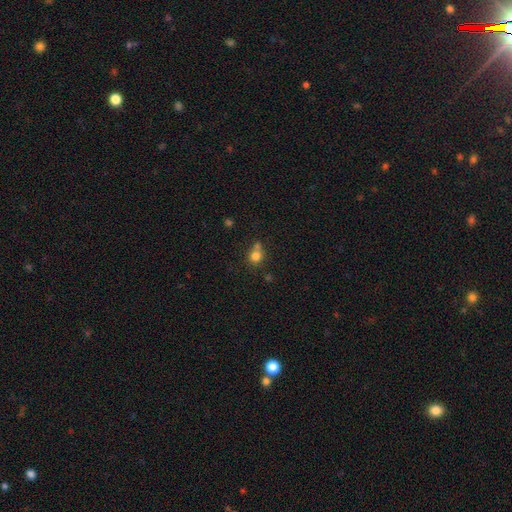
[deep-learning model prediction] Overall: smooth (79%). How rounded: round (82%). Merging: none (50%; merger 31%).